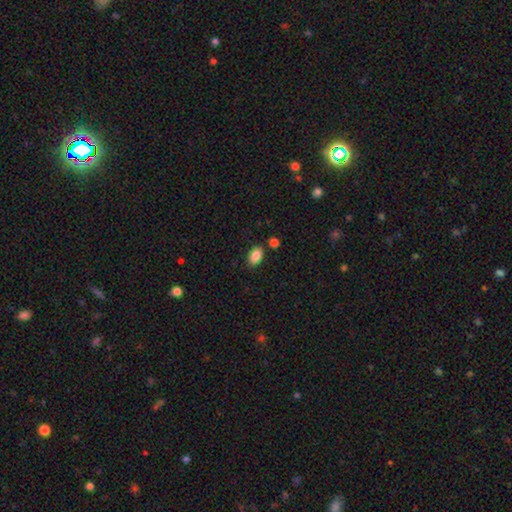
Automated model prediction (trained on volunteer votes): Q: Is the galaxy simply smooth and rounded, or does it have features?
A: smooth — 87%.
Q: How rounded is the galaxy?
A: in between — 90%.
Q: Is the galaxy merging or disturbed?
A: none — 81%.